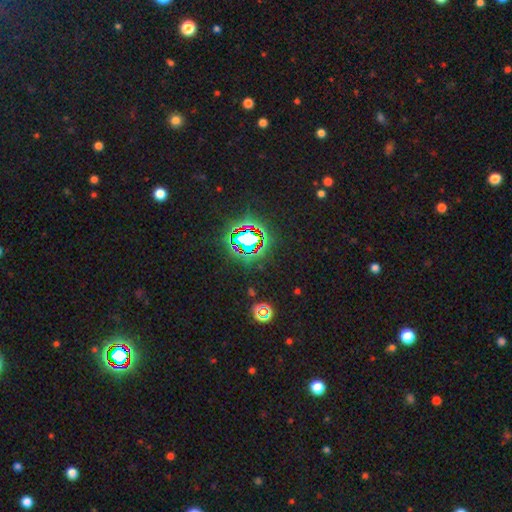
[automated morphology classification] Smooth or featured? star or artifact (83%)